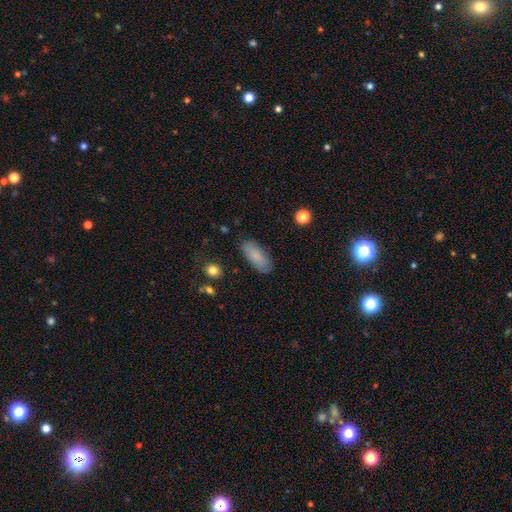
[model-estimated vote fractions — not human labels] Smooth or featured? Predicted: smooth (p=0.84). How rounded? Predicted: in between (p=0.80). Merging? Predicted: none (p=0.85).